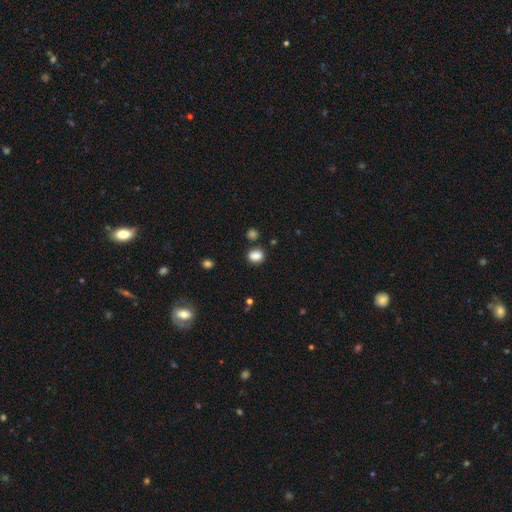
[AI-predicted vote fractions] Overall: smooth (85%). How rounded: in between (55%; round 44%). Merging: none (76%).